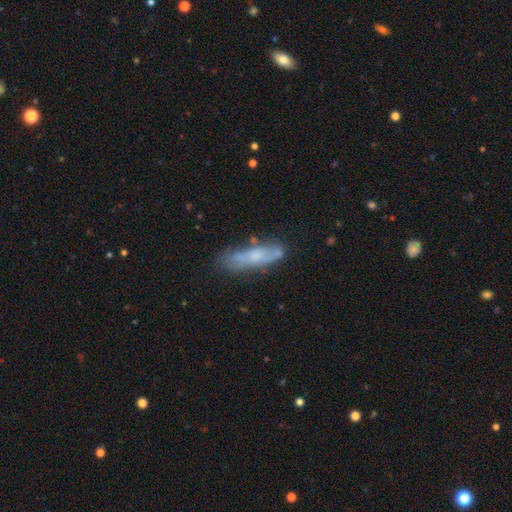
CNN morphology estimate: smooth-or-featured: featured or disk: 46% | smooth: 45% | star or artifact: 8%
  merging: none: 63% | minor disturbance: 23% | major disturbance: 8% | merger: 6%